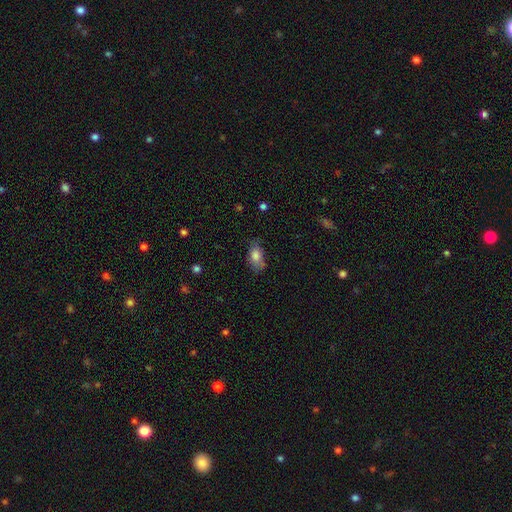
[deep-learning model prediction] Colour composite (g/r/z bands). It shows a smooth galaxy with no disk features (79%) that is in between round and cigar-shaped (88%). Merging: none (64%).